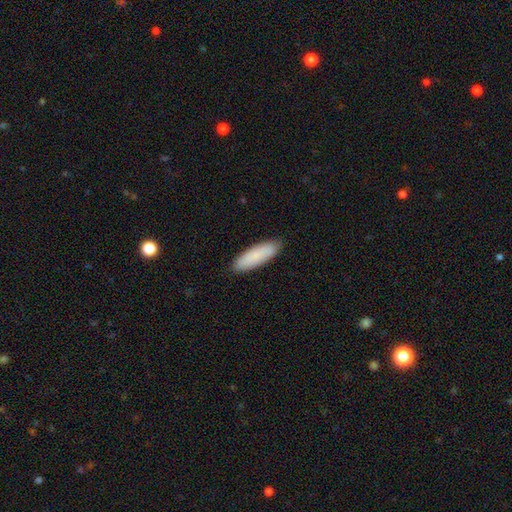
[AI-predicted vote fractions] This appears to be a smooth galaxy with no disk features (86%) that is cigar-shaped (53%). Merging: none (89%).